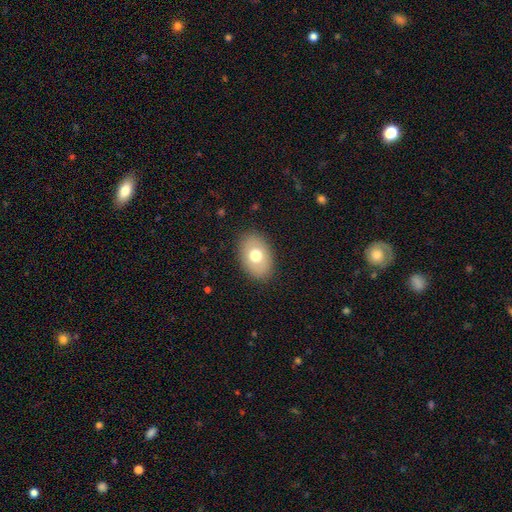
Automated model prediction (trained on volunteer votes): Morphology: type=smooth (69%); roundness=in between (83%); merging=none (86%).